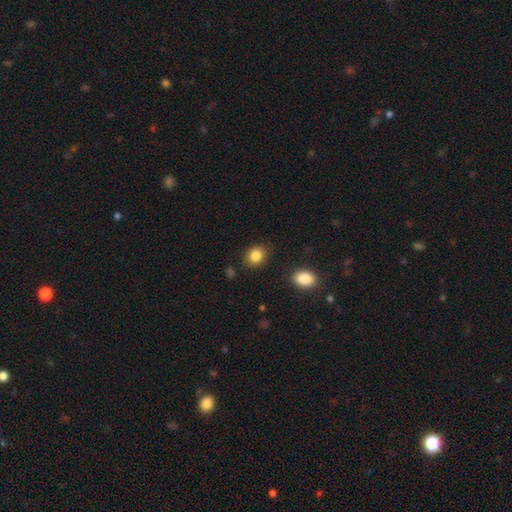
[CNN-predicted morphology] The model was most divided on "how rounded": round: 56%, in between: 43%, cigar-shaped: 1%. More confident: smooth or featured — smooth (85%); merging — none (85%).